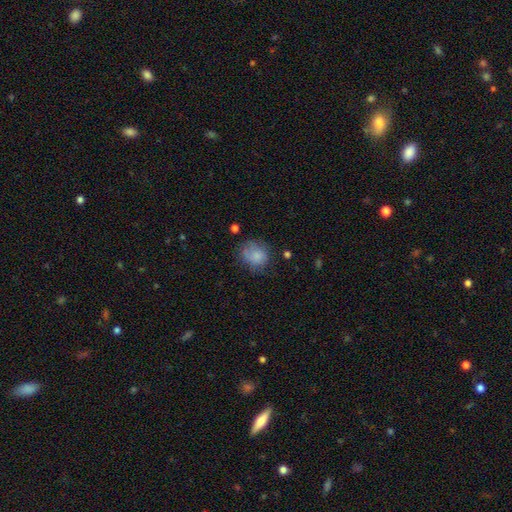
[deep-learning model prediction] Smooth or featured? Predicted: smooth (p=0.77). How rounded? Predicted: round (p=0.69). Merging? Predicted: none (p=0.54).